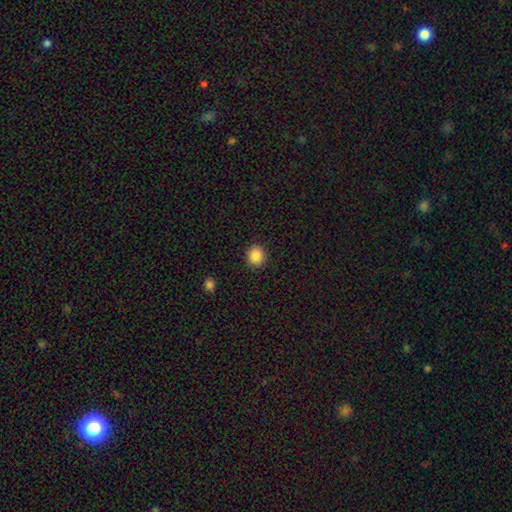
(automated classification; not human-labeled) Smooth or featured? smooth (87%)
How rounded? round (83%)
Merging? none (91%)